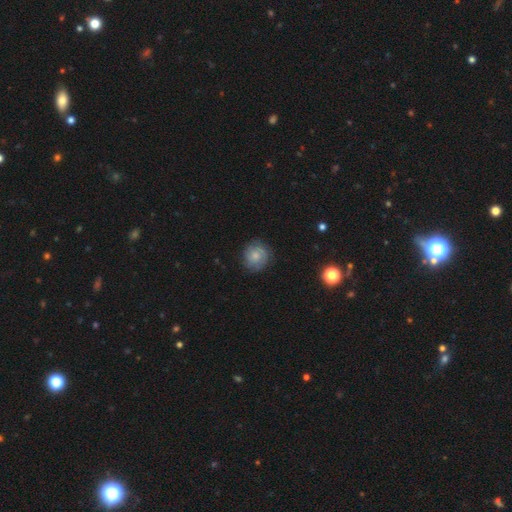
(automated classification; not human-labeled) A smooth galaxy with no disk features (50%) that is round (87%). Merging: none (81%).